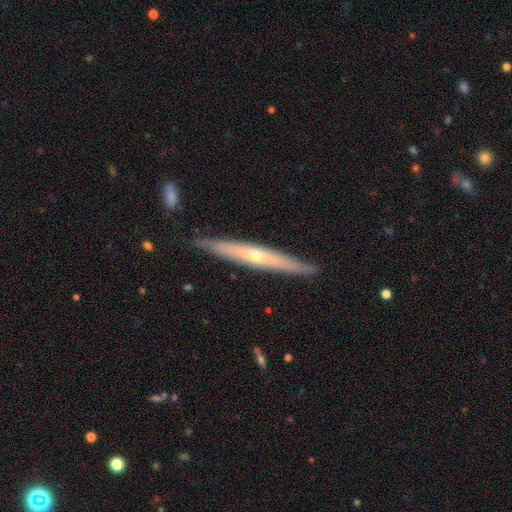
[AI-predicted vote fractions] Q: Smooth or featured?
A: featured or disk (68%); runner-up: smooth (26%)
Q: Edge-on disk?
A: yes (93%); runner-up: no (7%)
Q: Edge-on bulge?
A: rounded (70%); runner-up: none (28%)
Q: Merging?
A: none (88%); runner-up: minor disturbance (9%)